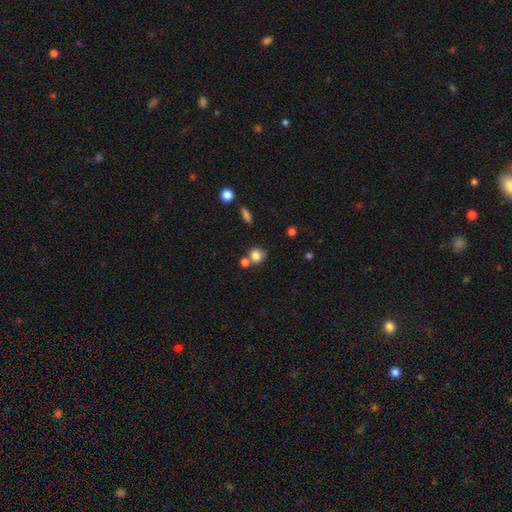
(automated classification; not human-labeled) Smooth or featured?
  - smooth: 81% *
  - star or artifact: 11%
  - featured or disk: 8%
How rounded?
  - round: 81% *
  - in between: 17%
  - cigar-shaped: 1%
Merging?
  - none: 57% *
  - merger: 28%
  - minor disturbance: 11%
  - major disturbance: 4%